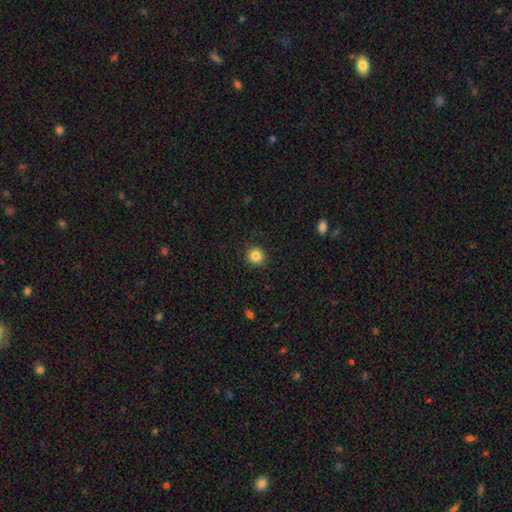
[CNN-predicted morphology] This appears to be a smooth galaxy with no disk features (85%) that is round (90%). Merging: none (89%).